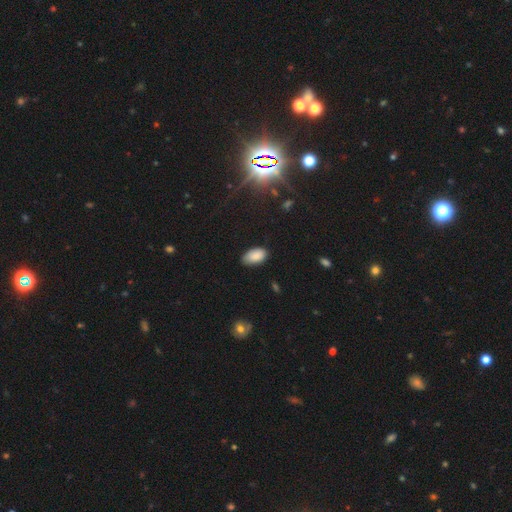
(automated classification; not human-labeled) This appears to be a smooth galaxy with no disk features (87%) that is in between round and cigar-shaped (95%). Merging: none (77%).